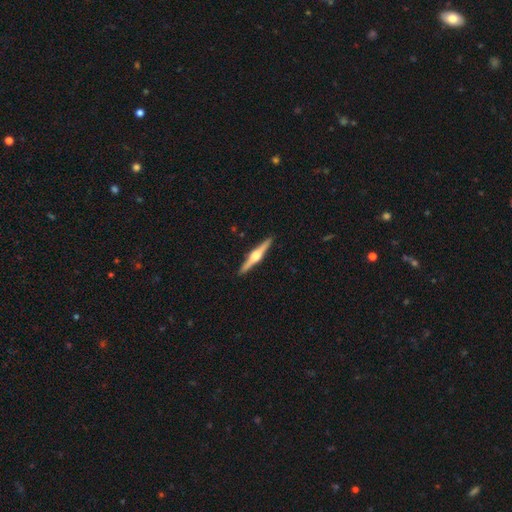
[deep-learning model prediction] Overall: featured or disk (81%). Edge-on disk: yes (99%). Edge-on bulge: rounded (93%). Merging: none (93%).